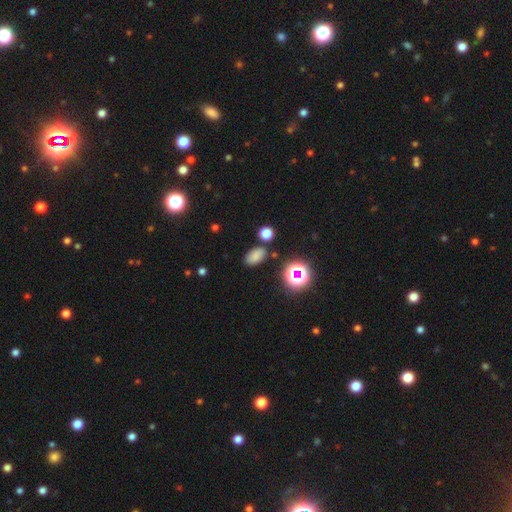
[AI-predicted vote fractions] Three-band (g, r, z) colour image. It shows a smooth galaxy with no disk features (74%) that is in between round and cigar-shaped (88%). Merging: none (81%).